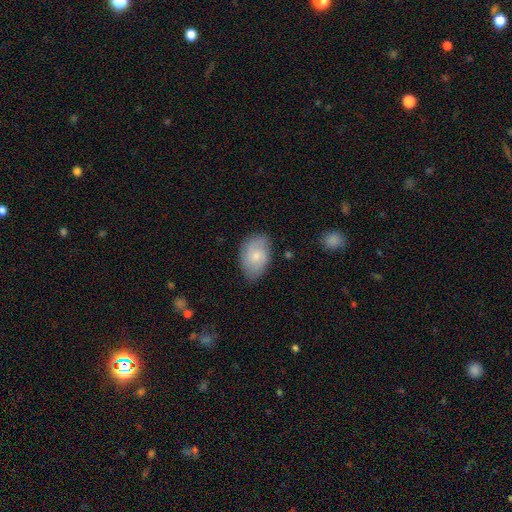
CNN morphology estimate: type=smooth (60%); roundness=in between (85%); merging=none (76%).